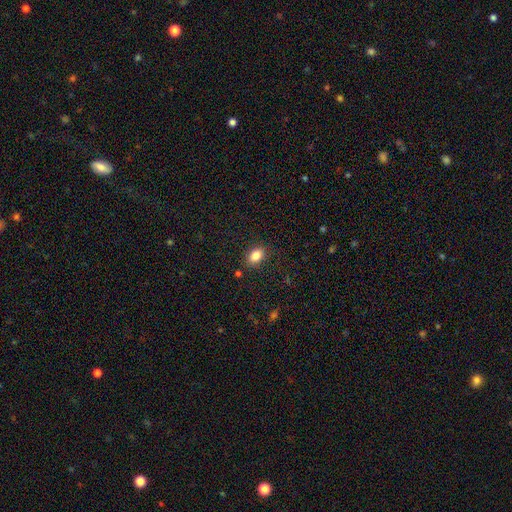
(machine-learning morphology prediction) Smooth or featured? Predicted: smooth (p=0.84). How rounded? Predicted: in between (p=0.82). Merging? Predicted: none (p=0.86).